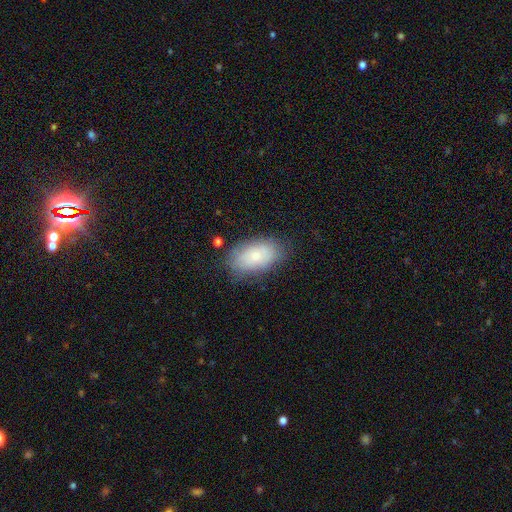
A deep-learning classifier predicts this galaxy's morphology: smooth 72%, featured or disk 19%, star or artifact 8%. Down the decision tree: how rounded — in between (92%); merging — none (76%).